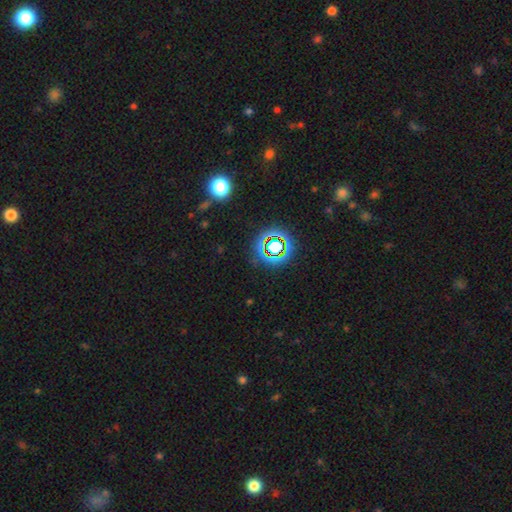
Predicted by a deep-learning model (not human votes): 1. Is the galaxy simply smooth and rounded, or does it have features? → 49% star or artifact, 37% smooth, 14% featured or disk.